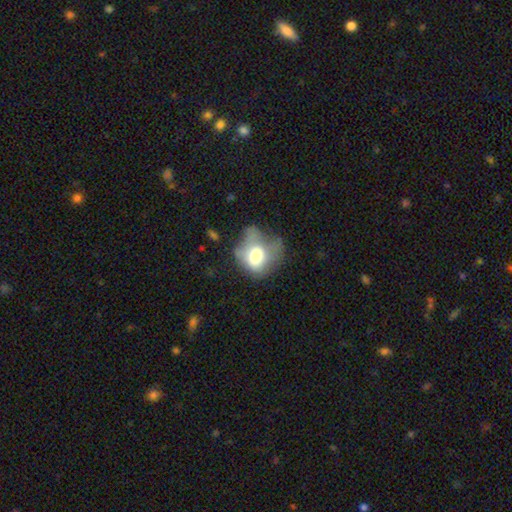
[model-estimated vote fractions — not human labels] smooth 64%, featured or disk 26%, star or artifact 10%. Down the decision tree: how rounded — in between (54%); merging — major disturbance (44%).